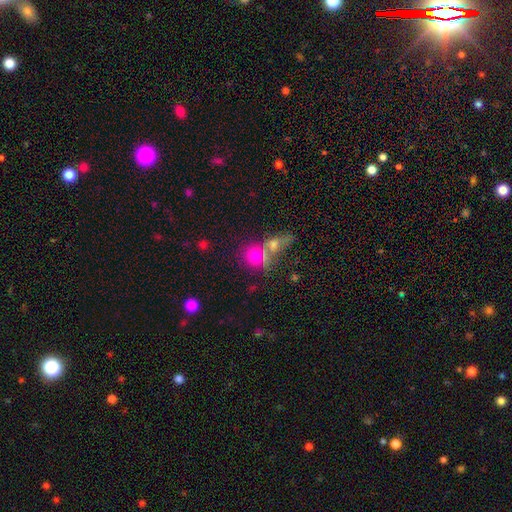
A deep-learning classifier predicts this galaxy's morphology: Q: Smooth or featured?
A: smooth (71%); runner-up: star or artifact (16%)
Q: How rounded?
A: round (74%); runner-up: in between (23%)
Q: Merging?
A: none (48%); runner-up: merger (37%)